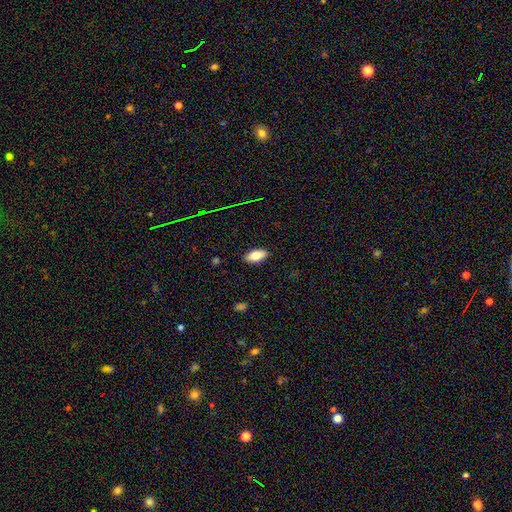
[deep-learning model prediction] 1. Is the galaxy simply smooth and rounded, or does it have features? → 80% smooth, 13% featured or disk, 8% star or artifact.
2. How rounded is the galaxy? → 92% in between, 5% cigar-shaped, 3% round.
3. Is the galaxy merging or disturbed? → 88% none, 9% minor disturbance, 2% major disturbance, 1% merger.